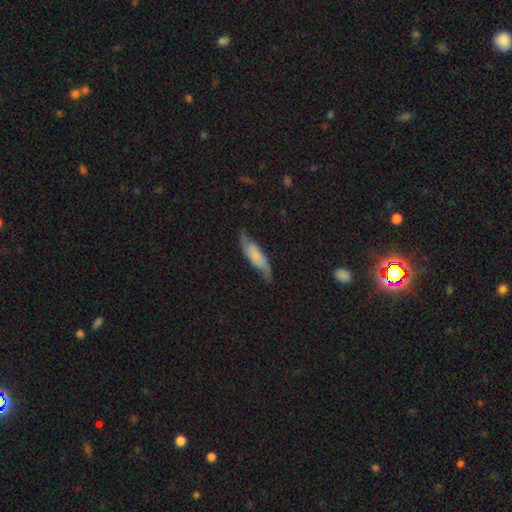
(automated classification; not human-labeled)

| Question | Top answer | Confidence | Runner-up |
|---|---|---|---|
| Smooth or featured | smooth | 48% | featured or disk (45%) |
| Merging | none | 65% | minor disturbance (26%) |